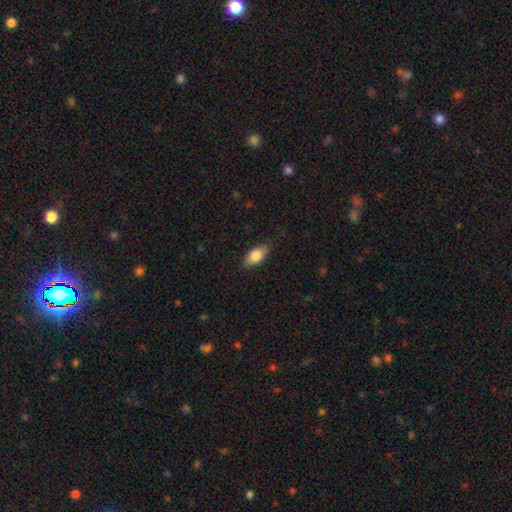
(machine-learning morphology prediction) This appears to be a smooth galaxy with no disk features (81%) that is in between round and cigar-shaped (89%). Merging: none (83%).